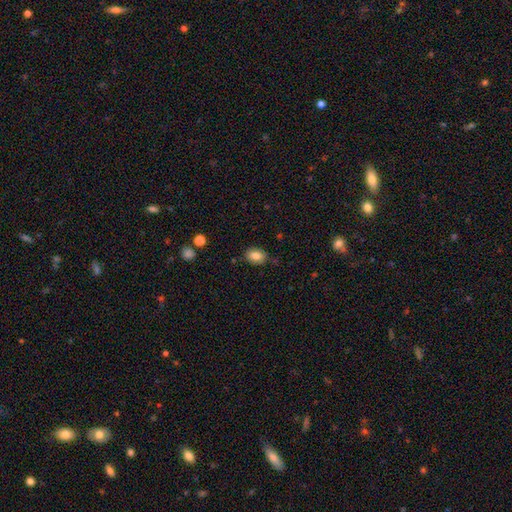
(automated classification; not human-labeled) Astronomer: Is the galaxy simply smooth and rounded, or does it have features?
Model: smooth — 84%.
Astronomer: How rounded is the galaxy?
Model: in between — 76%.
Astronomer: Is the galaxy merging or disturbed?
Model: none — 82%.